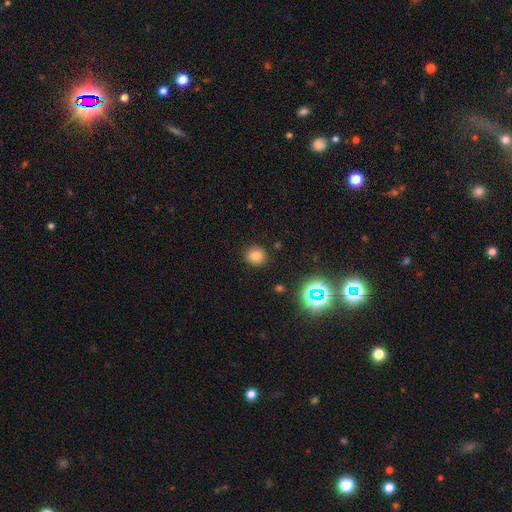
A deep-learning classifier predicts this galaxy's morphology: Smooth or featured? smooth (79%)
How rounded? round (89%)
Merging? none (89%)